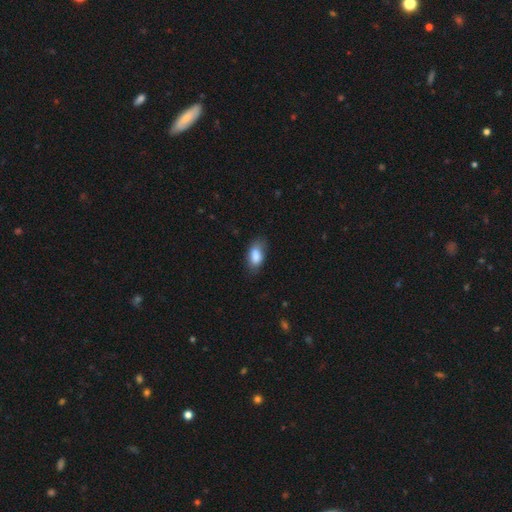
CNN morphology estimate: type=smooth (81%); roundness=in between (90%); merging=none (65%).